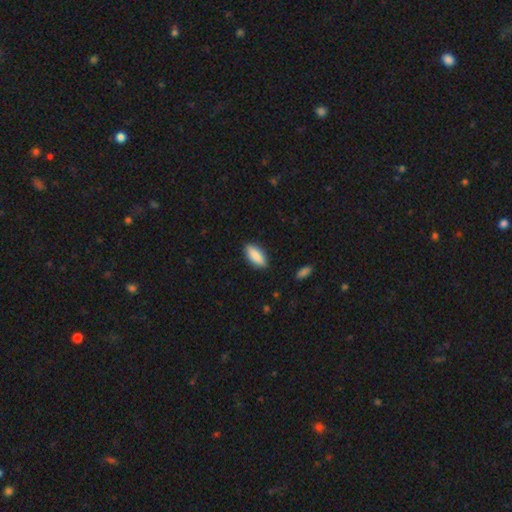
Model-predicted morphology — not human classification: smooth_or_featured: smooth (p=0.86) [alt: featured or disk p=0.08]
how_rounded: in between (p=0.74) [alt: cigar-shaped p=0.24]
merging: none (p=0.88) [alt: minor disturbance p=0.09]